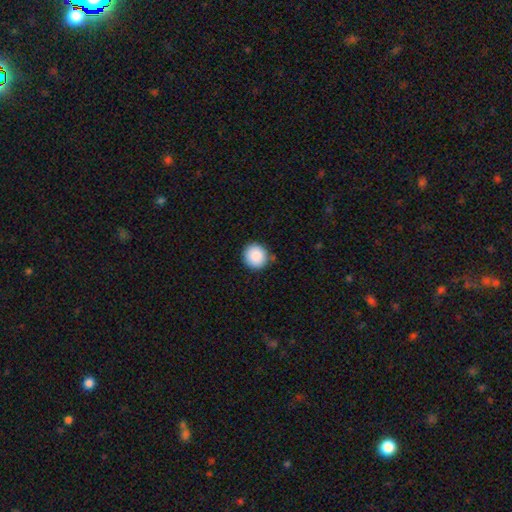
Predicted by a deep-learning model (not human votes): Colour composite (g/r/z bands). It shows a smooth galaxy with no disk features (88%) that is round (93%). Merging: none (86%).